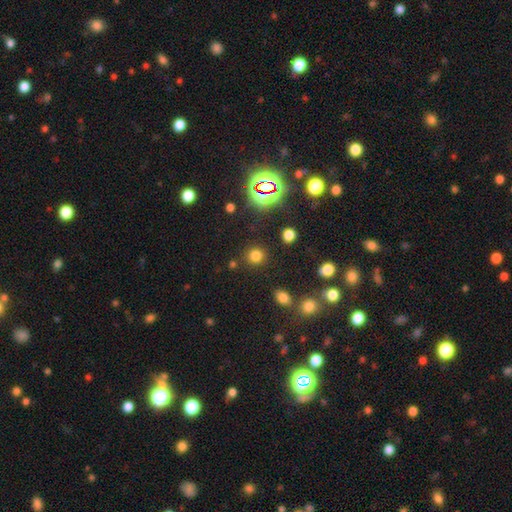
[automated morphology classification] Overall: smooth (74%). How rounded: round (89%). Merging: none (86%).